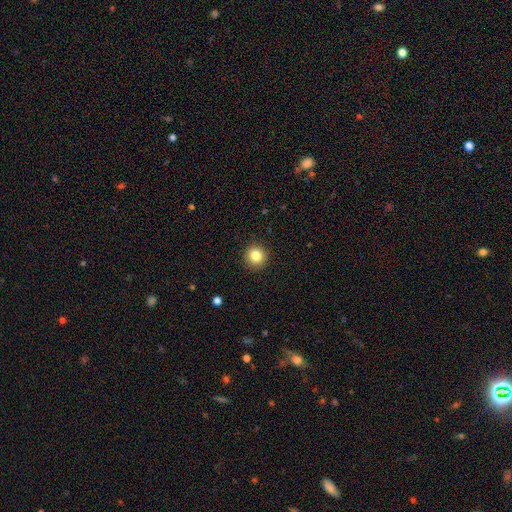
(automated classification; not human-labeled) Morphology: type=smooth (83%); roundness=round (94%); merging=none (92%).